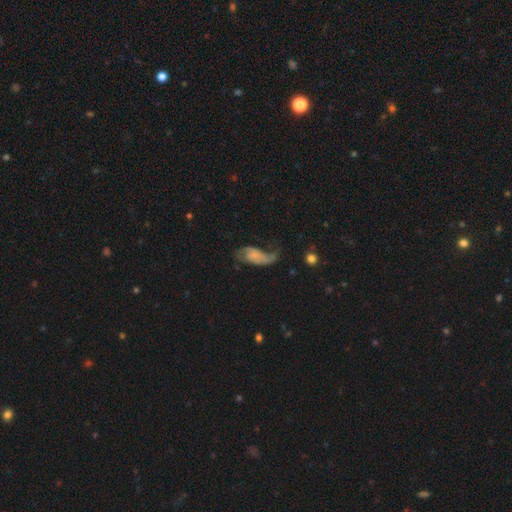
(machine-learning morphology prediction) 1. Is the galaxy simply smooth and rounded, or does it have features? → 58% featured or disk, 34% smooth, 9% star or artifact.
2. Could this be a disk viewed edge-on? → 94% no, 6% yes.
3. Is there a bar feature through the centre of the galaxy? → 64% no, 28% weak, 7% strong.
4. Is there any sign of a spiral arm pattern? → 81% yes, 19% no.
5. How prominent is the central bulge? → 48% small, 34% none, 14% moderate, 3% large, 2% dominant.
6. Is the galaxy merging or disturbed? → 37% major disturbance, 31% none, 27% minor disturbance, 5% merger.